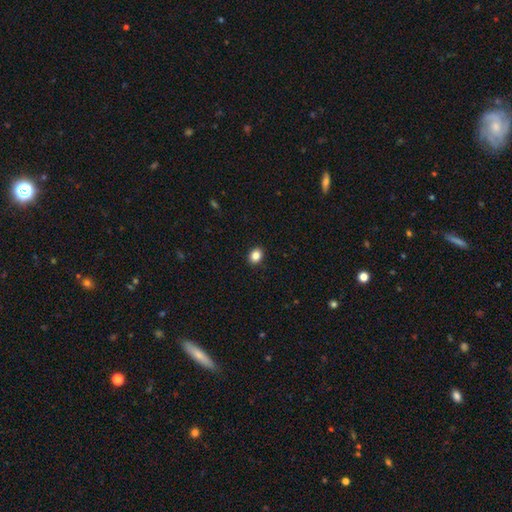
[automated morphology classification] This appears to be a smooth galaxy with no disk features (86%) that is in between round and cigar-shaped (54%). Merging: none (91%).